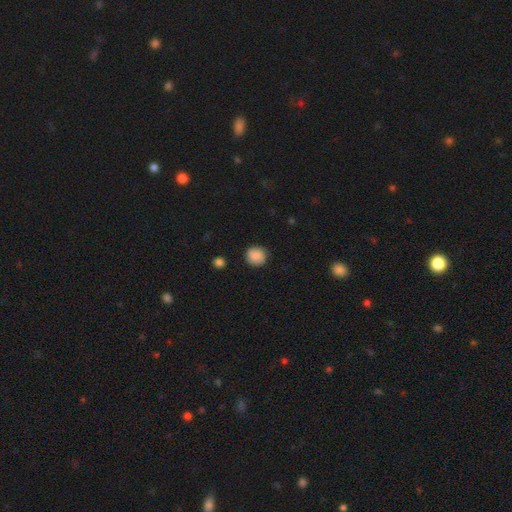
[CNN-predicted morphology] This appears to be a smooth galaxy with no disk features (82%) that is round (88%). Merging: none (83%).